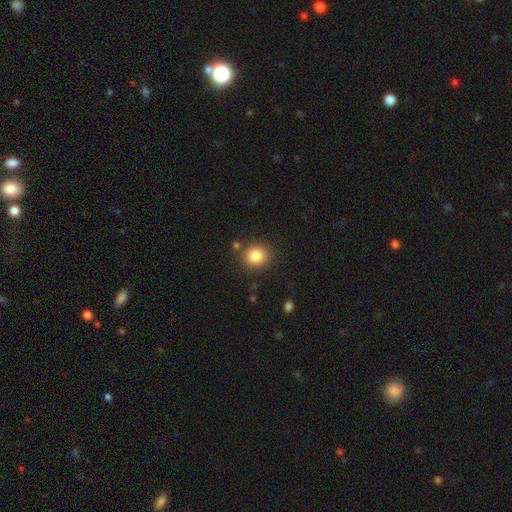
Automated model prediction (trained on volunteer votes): smooth_or_featured: smooth (p=0.84) [alt: star or artifact p=0.10]
how_rounded: round (p=0.83) [alt: in between p=0.17]
merging: none (p=0.85) [alt: minor disturbance p=0.08]